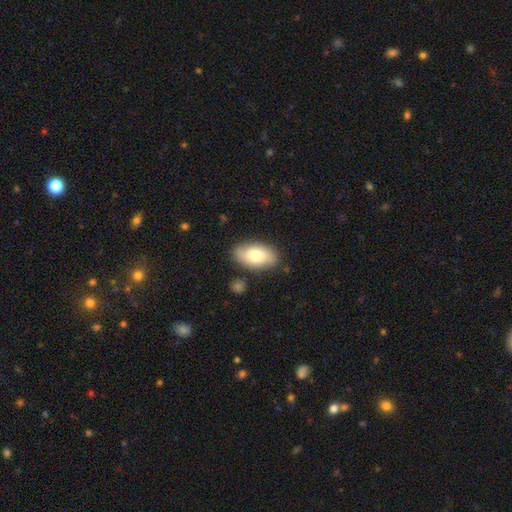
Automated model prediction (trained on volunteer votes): smooth 70%, featured or disk 23%, star or artifact 6%. Down the decision tree: how rounded — in between (93%); merging — none (80%).